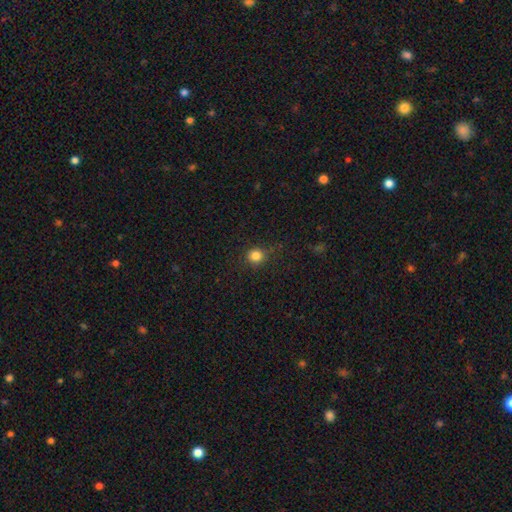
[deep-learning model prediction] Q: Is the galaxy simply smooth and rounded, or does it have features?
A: smooth — 83%.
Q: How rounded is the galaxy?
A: round — 90%.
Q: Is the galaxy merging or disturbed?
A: none — 84%.